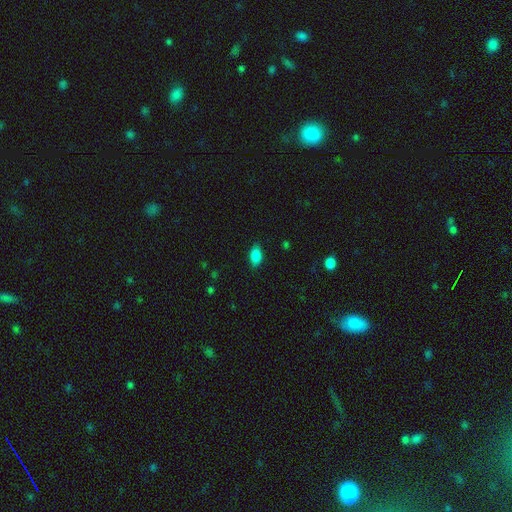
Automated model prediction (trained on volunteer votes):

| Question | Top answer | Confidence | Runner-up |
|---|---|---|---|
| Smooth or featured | smooth | 85% | star or artifact (8%) |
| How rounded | in between | 90% | round (6%) |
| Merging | none | 84% | minor disturbance (12%) |